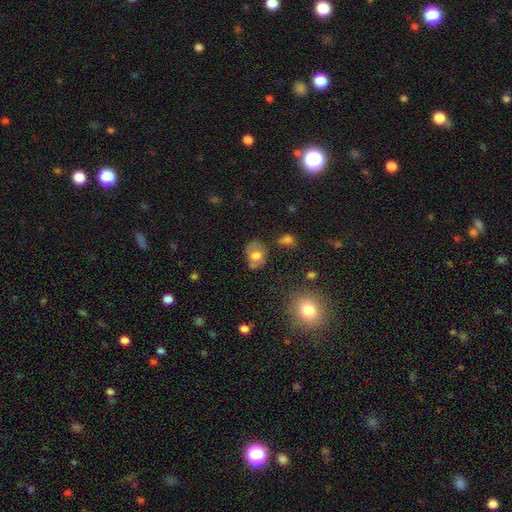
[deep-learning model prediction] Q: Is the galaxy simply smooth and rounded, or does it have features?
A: smooth — 64%.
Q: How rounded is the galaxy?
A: in between — 59%.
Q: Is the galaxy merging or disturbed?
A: none — 61%.